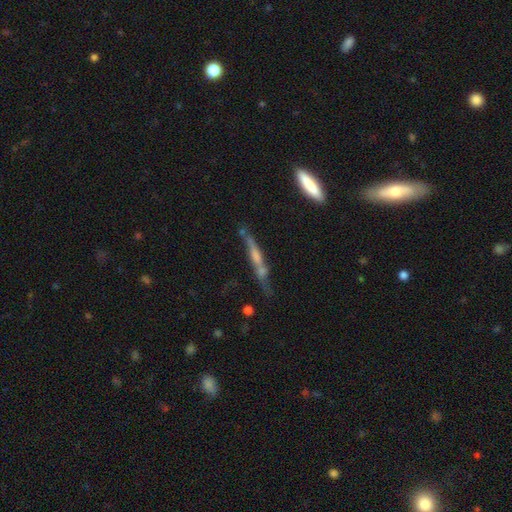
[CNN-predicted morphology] type=featured or disk (55%); edge-on=yes (83%); merging=none (49%).